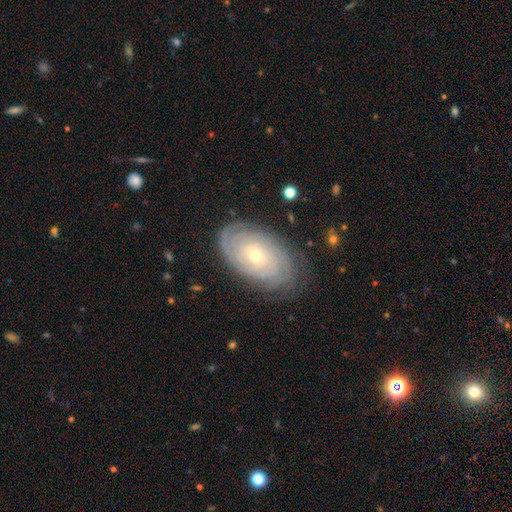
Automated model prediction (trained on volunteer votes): Smooth or featured?
  - featured or disk: 78% *
  - smooth: 15%
  - star or artifact: 7%
Edge-on disk?
  - no: 95% *
  - yes: 5%
Bar?
  - no: 82% *
  - weak: 15%
  - strong: 3%
Spiral arms?
  - yes: 93% *
  - no: 7%
Spiral winding?
  - tight: 83% *
  - medium: 13%
  - loose: 4%
Spiral arm count?
  - can't tell: 47% *
  - 4: 14%
  - 2: 13%
  - 3: 11%
  - more than 4: 10%
  - 1: 6%
Bulge size?
  - small: 75% *
  - moderate: 22%
  - large: 1%
  - dominant: 1%
  - none: 1%
Merging?
  - none: 80% *
  - minor disturbance: 14%
  - major disturbance: 4%
  - merger: 1%